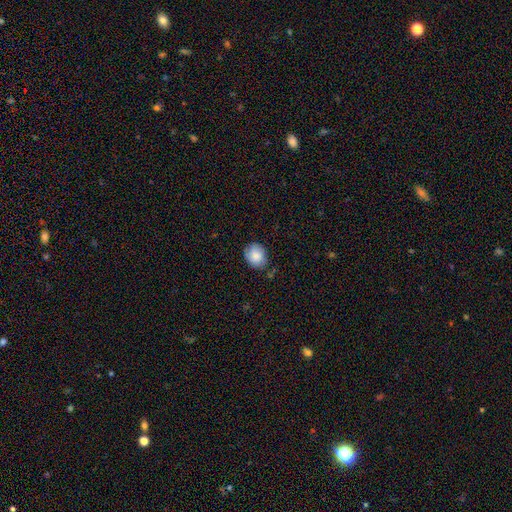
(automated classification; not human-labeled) smooth 84%, featured or disk 8%, star or artifact 7%. Down the decision tree: how rounded — round (56%); merging — none (74%).